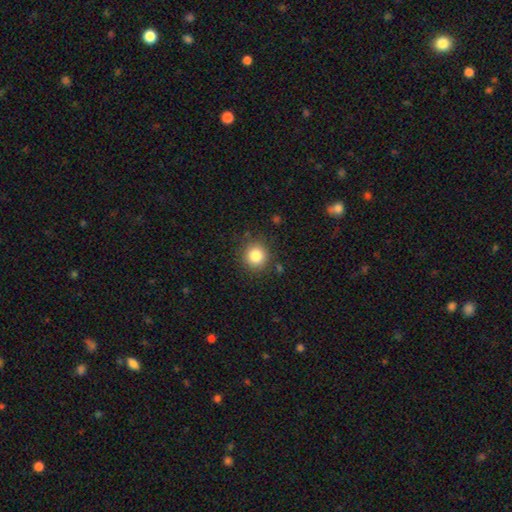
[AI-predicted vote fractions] The model was most divided on "smooth or featured": smooth: 83%, star or artifact: 11%, featured or disk: 6%. More confident: how rounded — round (92%); merging — none (87%).